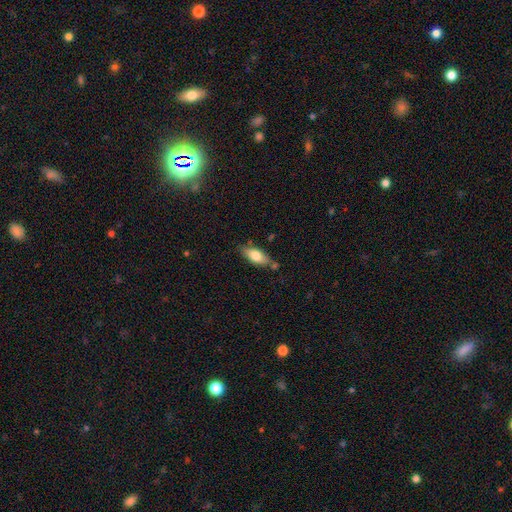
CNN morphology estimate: Smooth or featured? Predicted: smooth (p=0.69). How rounded? Predicted: in between (p=0.77). Merging? Predicted: none (p=0.70).